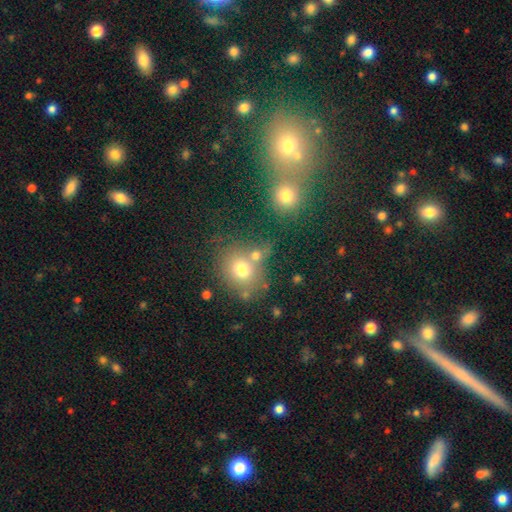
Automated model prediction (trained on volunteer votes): Q: Smooth or featured?
A: smooth (71%); runner-up: star or artifact (16%)
Q: How rounded?
A: round (73%); runner-up: in between (26%)
Q: Merging?
A: none (51%); runner-up: merger (34%)